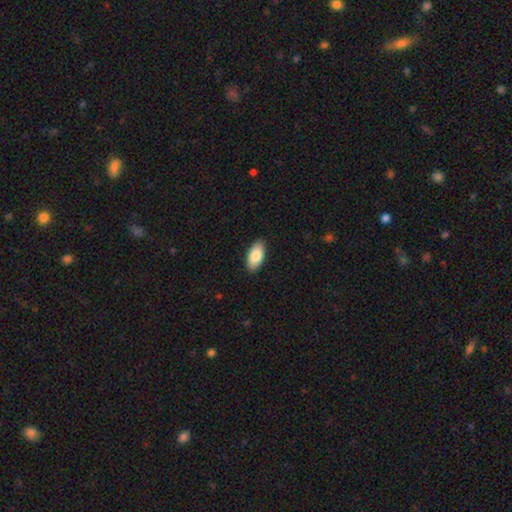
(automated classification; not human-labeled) This appears to be a smooth galaxy with no disk features (84%) that is in between round and cigar-shaped (93%). Merging: none (88%).